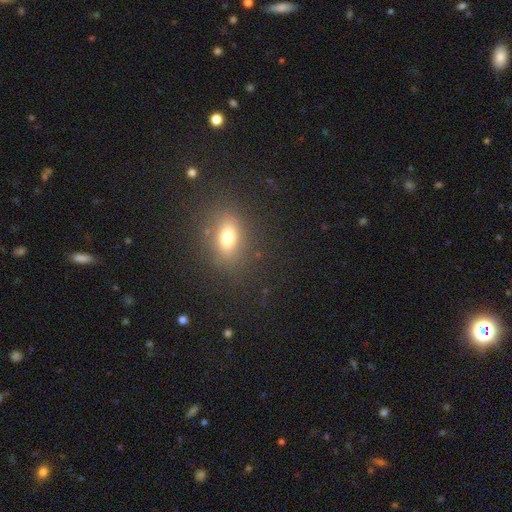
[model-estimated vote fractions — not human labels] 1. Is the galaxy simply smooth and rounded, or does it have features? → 60% smooth, 24% star or artifact, 15% featured or disk.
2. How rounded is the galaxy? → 72% in between, 21% round, 8% cigar-shaped.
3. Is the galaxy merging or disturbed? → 88% none, 7% minor disturbance, 3% major disturbance, 2% merger.